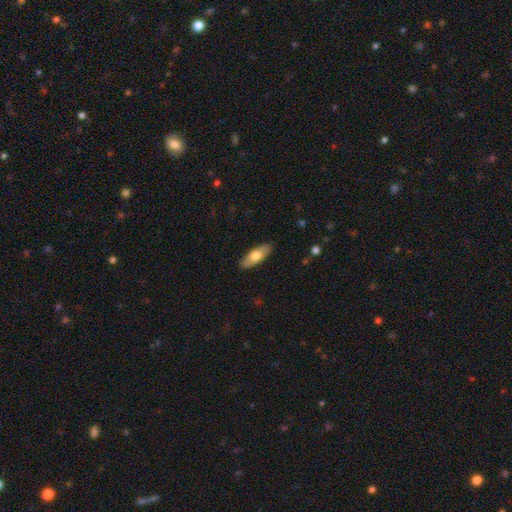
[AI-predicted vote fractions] Q: Smooth or featured?
A: smooth (68%); runner-up: featured or disk (27%)
Q: How rounded?
A: in between (69%); runner-up: cigar-shaped (28%)
Q: Merging?
A: none (89%); runner-up: minor disturbance (8%)